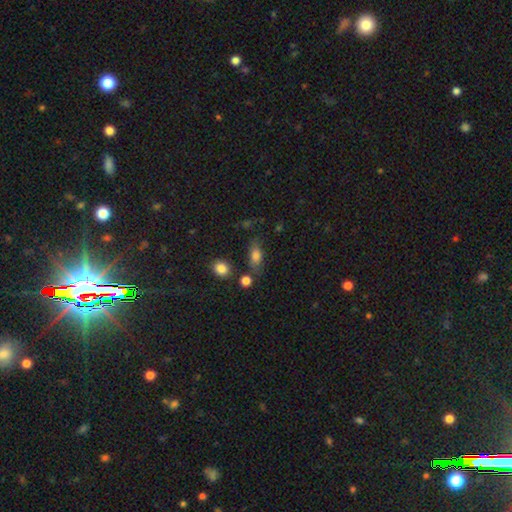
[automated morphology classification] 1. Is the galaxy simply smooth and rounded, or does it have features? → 79% smooth, 11% featured or disk, 10% star or artifact.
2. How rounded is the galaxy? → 78% in between, 11% round, 11% cigar-shaped.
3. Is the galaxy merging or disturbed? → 68% none, 18% minor disturbance, 8% merger, 6% major disturbance.